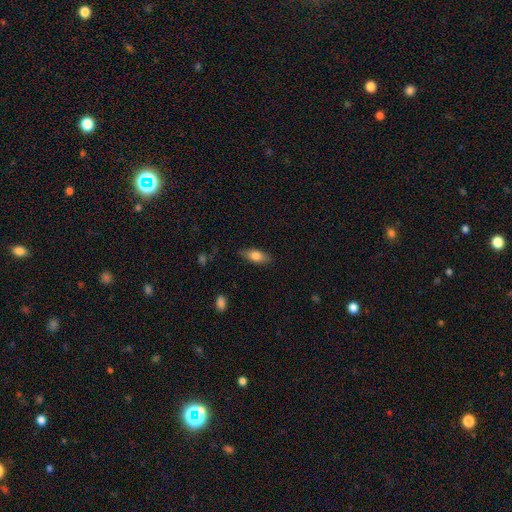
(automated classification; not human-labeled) Q: Smooth or featured?
A: smooth (73%); runner-up: featured or disk (20%)
Q: How rounded?
A: in between (76%); runner-up: cigar-shaped (20%)
Q: Merging?
A: none (82%); runner-up: minor disturbance (14%)